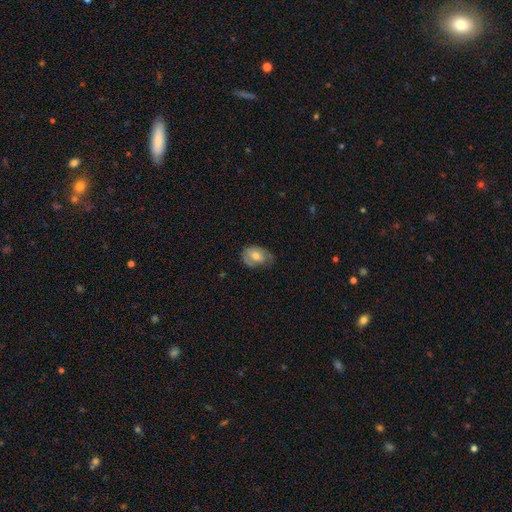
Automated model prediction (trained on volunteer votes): Smooth or featured: smooth — 53% (featured or disk — 39%)
How rounded: in between — 75% (round — 23%)
Merging: none — 54% (minor disturbance — 32%)